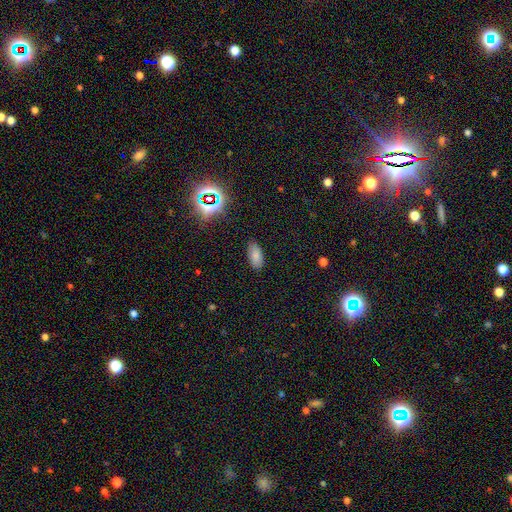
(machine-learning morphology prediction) type=smooth (79%); roundness=in between (90%); merging=none (86%).